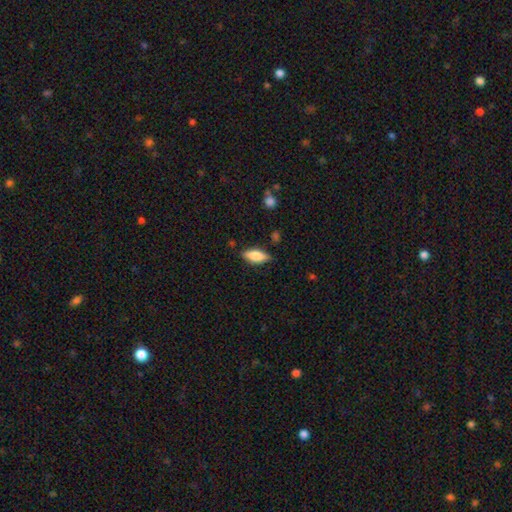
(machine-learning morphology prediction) Overall: smooth (78%). How rounded: in between (79%). Merging: none (81%).